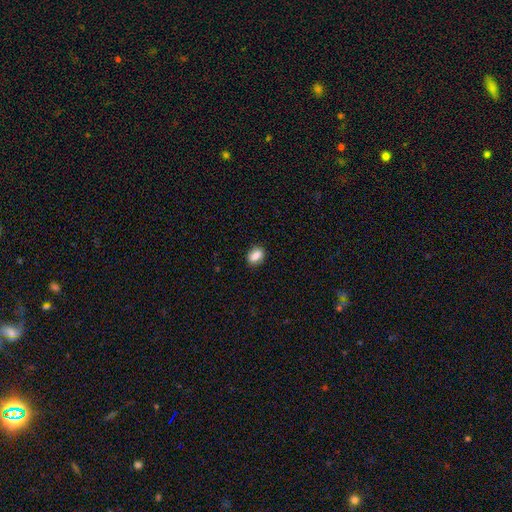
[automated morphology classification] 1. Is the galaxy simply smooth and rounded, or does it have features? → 86% smooth, 8% star or artifact, 6% featured or disk.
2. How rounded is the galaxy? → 77% in between, 20% round, 3% cigar-shaped.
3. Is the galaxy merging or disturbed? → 87% none, 10% minor disturbance, 2% major disturbance, 1% merger.